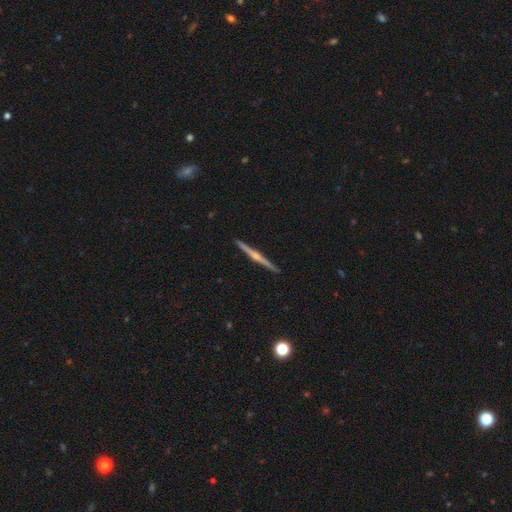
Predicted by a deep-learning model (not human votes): Overall: featured or disk (80%). Edge-on disk: yes (99%). Edge-on bulge: rounded (85%). Merging: none (93%).